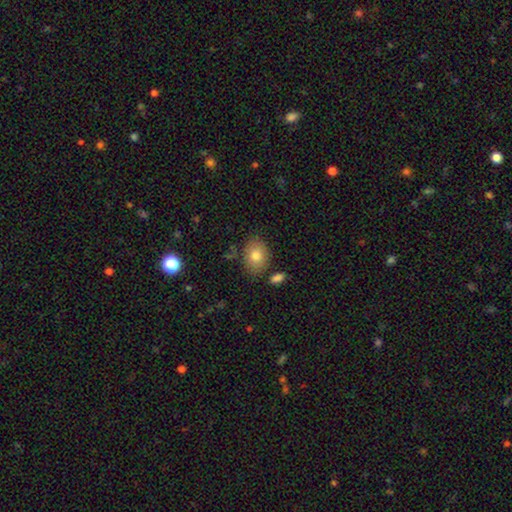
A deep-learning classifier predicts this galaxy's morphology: Smooth or featured? Predicted: smooth (p=0.79). How rounded? Predicted: in between (p=0.69). Merging? Predicted: none (p=0.80).